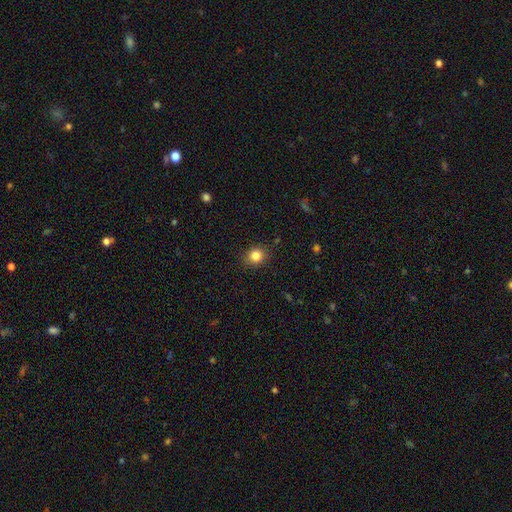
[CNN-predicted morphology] This appears to be a smooth galaxy with no disk features (84%) that is round (77%). Merging: none (88%).